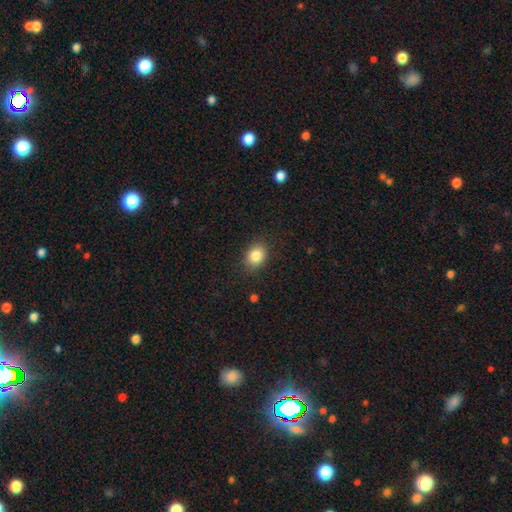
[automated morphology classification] A smooth galaxy with no disk features (85%) that is in between round and cigar-shaped (56%). Merging: none (85%).